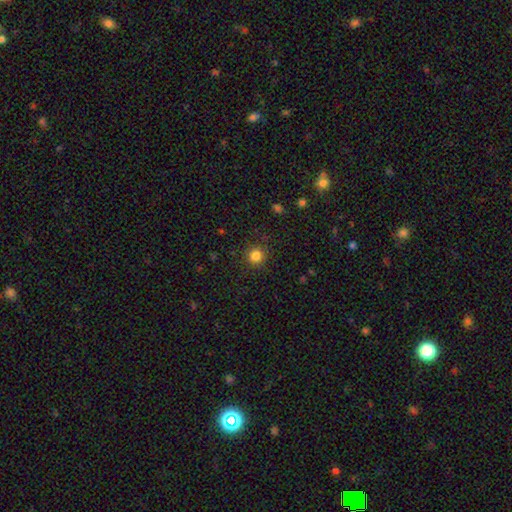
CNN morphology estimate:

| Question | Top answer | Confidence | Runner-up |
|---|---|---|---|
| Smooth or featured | smooth | 83% | star or artifact (13%) |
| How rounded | round | 93% | in between (6%) |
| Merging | none | 89% | minor disturbance (7%) |